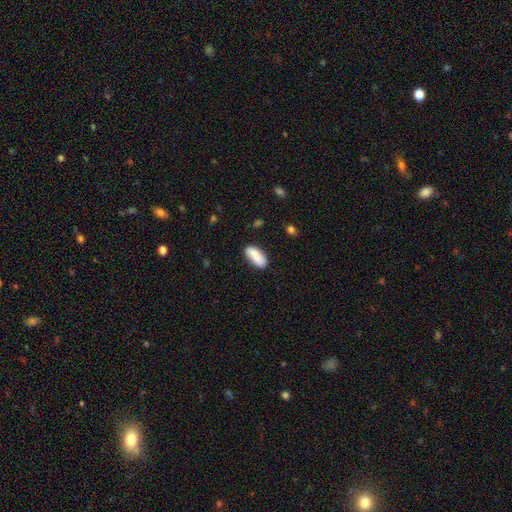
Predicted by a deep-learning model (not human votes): A smooth galaxy with no disk features (81%) that is in between round and cigar-shaped (82%). Merging: none (78%).